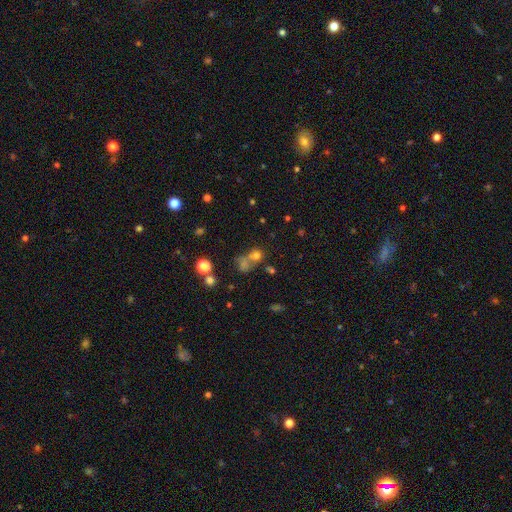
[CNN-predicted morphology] Q: Smooth or featured?
A: smooth (61%); runner-up: star or artifact (24%)
Q: How rounded?
A: round (80%); runner-up: in between (19%)
Q: Merging?
A: none (43%); runner-up: merger (41%)